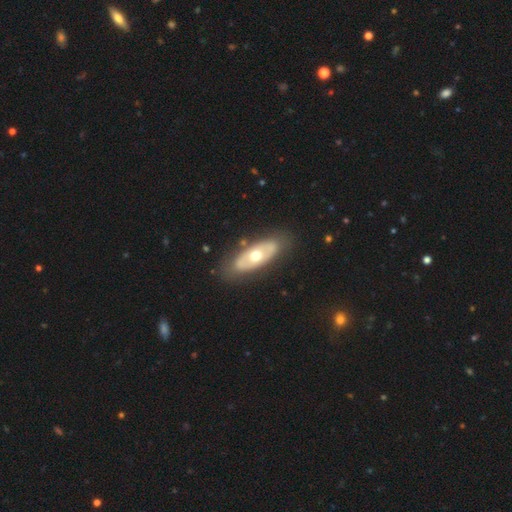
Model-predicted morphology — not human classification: featured or disk 55%, smooth 41%, star or artifact 5%. Down the decision tree: edge-on disk — no (82%); merging — none (84%).